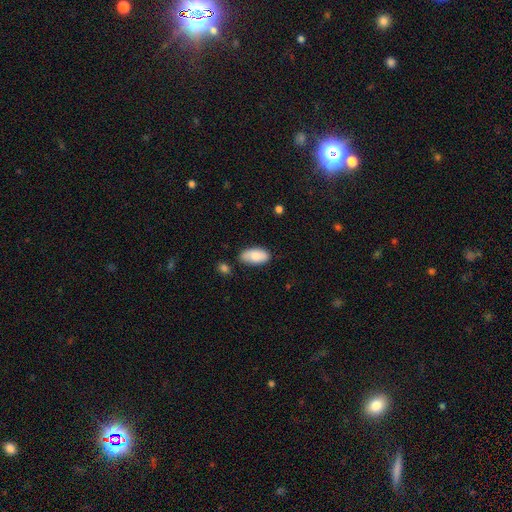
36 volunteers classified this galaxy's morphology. This appears to be a smooth galaxy with no disk features (72%) that is in between round and cigar-shaped (92%). Merging: none (81%).